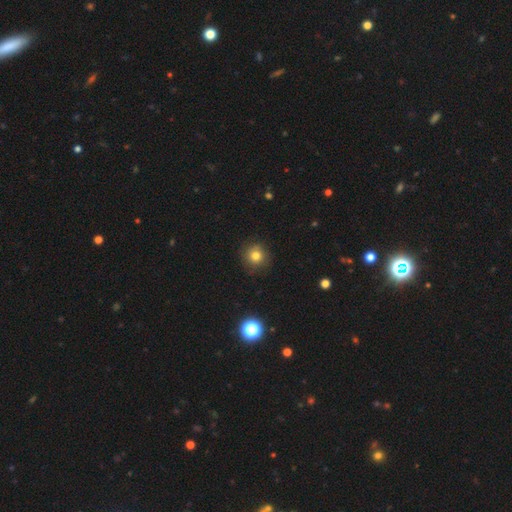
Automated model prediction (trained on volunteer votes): smooth_or_featured: smooth (p=0.79) [alt: star or artifact p=0.14]
how_rounded: round (p=0.93) [alt: in between p=0.06]
merging: none (p=0.88) [alt: minor disturbance p=0.08]